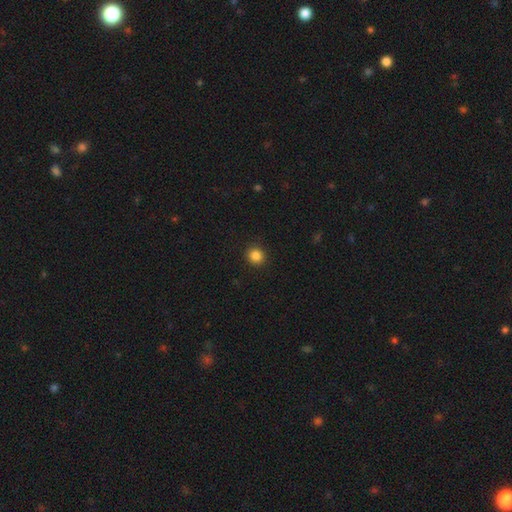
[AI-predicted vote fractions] Q: Smooth or featured?
A: smooth (86%); runner-up: star or artifact (11%)
Q: How rounded?
A: round (91%); runner-up: in between (8%)
Q: Merging?
A: none (92%); runner-up: minor disturbance (5%)